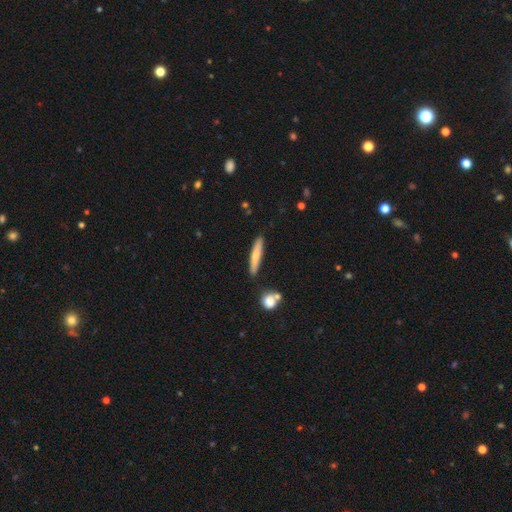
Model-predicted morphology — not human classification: The model was most divided on "smooth or featured": smooth: 70%, featured or disk: 24%, star or artifact: 6%. More confident: how rounded — cigar-shaped (90%); merging — none (86%).